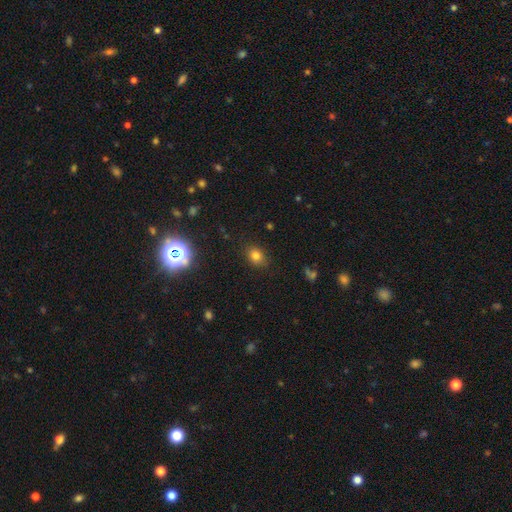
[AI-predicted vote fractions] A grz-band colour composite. It shows a smooth galaxy with no disk features (77%) that is in between round and cigar-shaped (57%). Merging: none (83%).